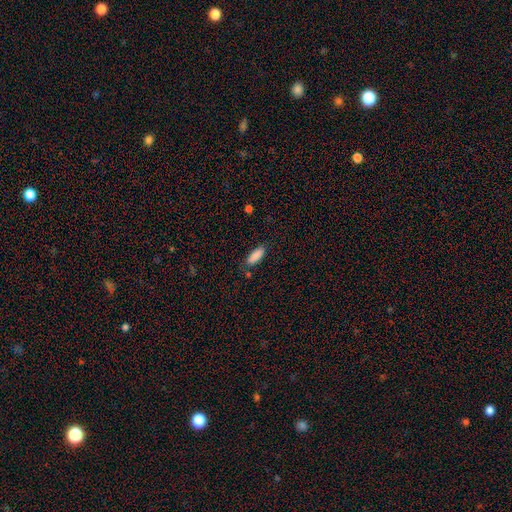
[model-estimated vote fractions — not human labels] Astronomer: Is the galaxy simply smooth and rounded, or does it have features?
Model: smooth — 89%.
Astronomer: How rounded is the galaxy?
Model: in between — 72%.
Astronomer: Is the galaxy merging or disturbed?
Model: none — 77%.